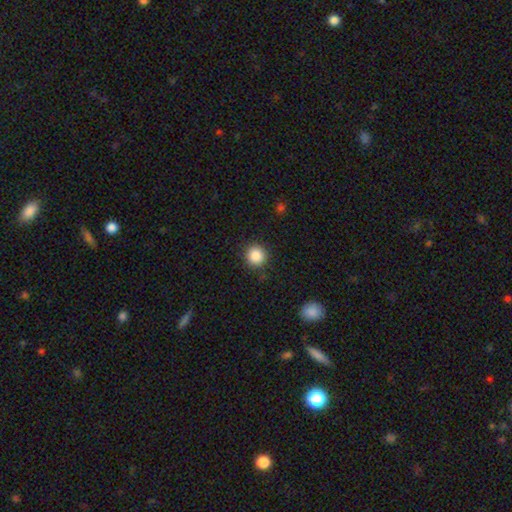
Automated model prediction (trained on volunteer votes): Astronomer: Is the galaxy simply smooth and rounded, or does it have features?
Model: smooth — 87%.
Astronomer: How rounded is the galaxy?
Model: round — 93%.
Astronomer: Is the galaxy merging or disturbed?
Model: none — 89%.